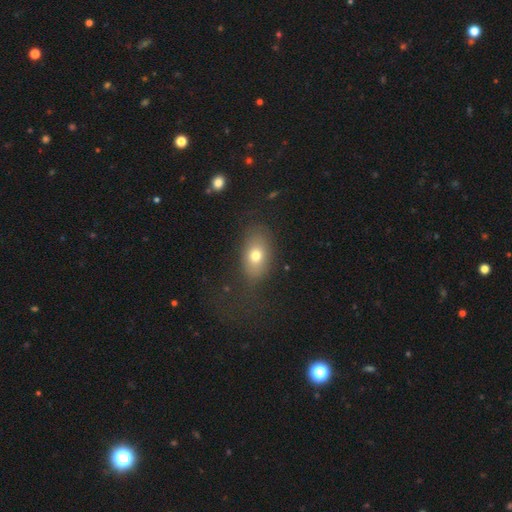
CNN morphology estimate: A smooth galaxy with no disk features (73%) that is in between round and cigar-shaped (80%).

Vote fractions:
- Smooth or featured? smooth: 73% / featured or disk: 16% / star or artifact: 11%
- How rounded? in between: 80% / round: 17% / cigar-shaped: 3%
- Merging? none: 72% / minor disturbance: 16% / major disturbance: 10% / merger: 2%